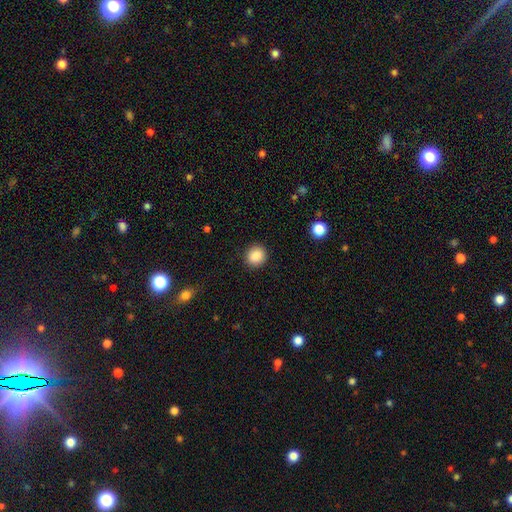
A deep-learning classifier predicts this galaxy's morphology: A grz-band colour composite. It shows a smooth galaxy with no disk features (86%) that is round (82%). Merging: none (91%).